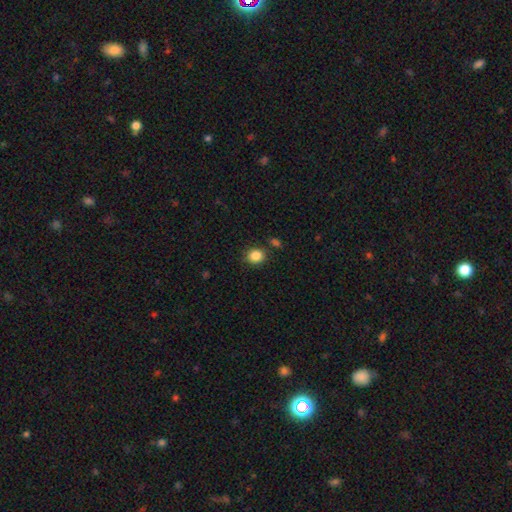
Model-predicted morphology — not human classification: Smooth or featured: smooth — 86% (star or artifact — 10%)
How rounded: round — 74% (in between — 26%)
Merging: none — 83% (minor disturbance — 10%)